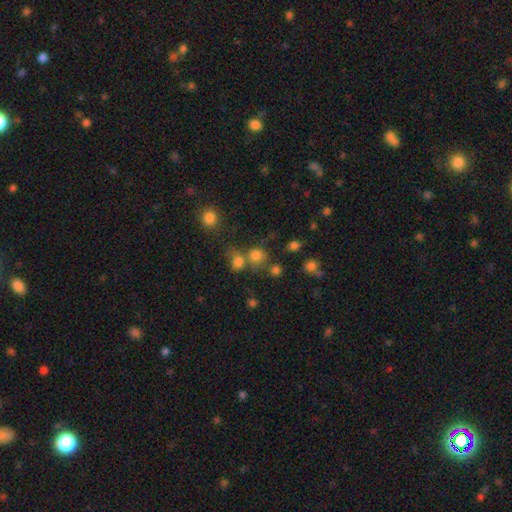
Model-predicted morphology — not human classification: type=smooth (76%); roundness=round (85%); merging=none (58%).